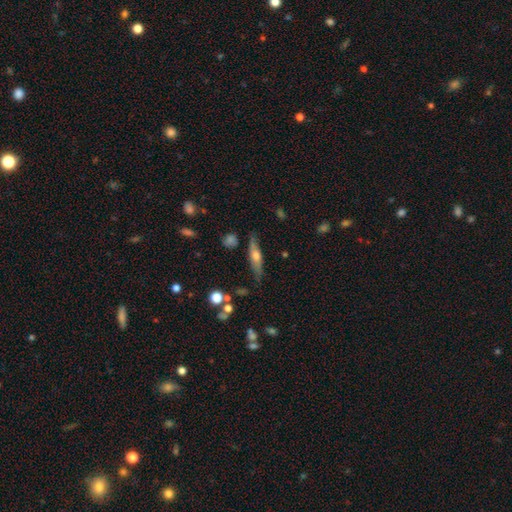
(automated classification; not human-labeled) This is possibly a featured or disk galaxy (49%). Merging: likely none (77%).